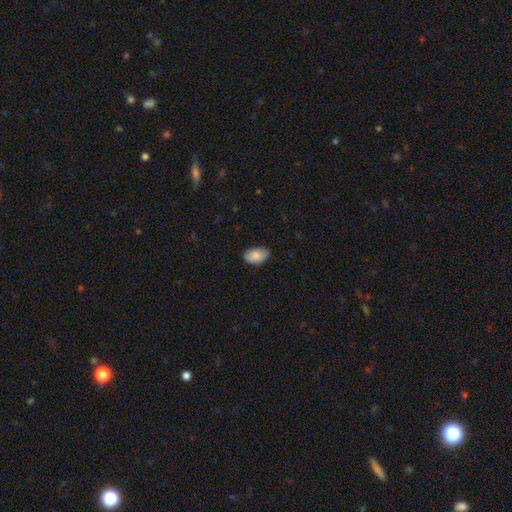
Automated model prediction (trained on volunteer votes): Overall: smooth (87%). How rounded: in between (93%). Merging: none (82%).